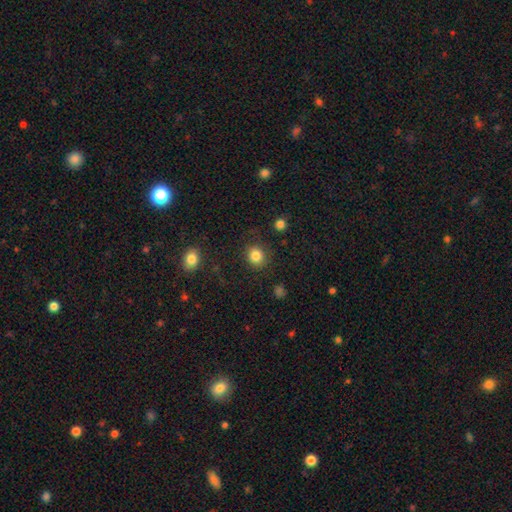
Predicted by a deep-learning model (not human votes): This appears to be a smooth galaxy with no disk features (84%) that is round (81%). Merging: none (86%).